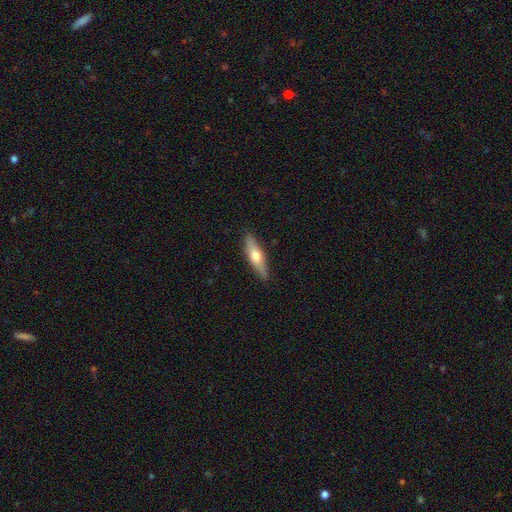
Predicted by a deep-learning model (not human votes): This is possibly a featured or disk galaxy (47%, tied with smooth). Merging: clearly none (88%).